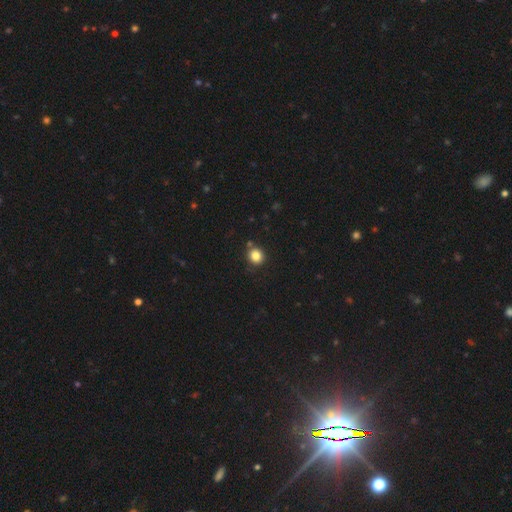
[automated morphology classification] Smooth or featured: smooth — 84% (star or artifact — 11%)
How rounded: round — 84% (in between — 16%)
Merging: none — 81% (minor disturbance — 11%)